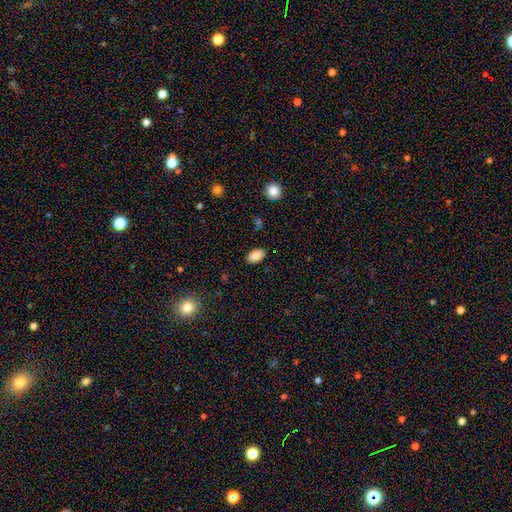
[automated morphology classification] A smooth galaxy with no disk features (87%) that is in between round and cigar-shaped (92%). Merging: none (86%).